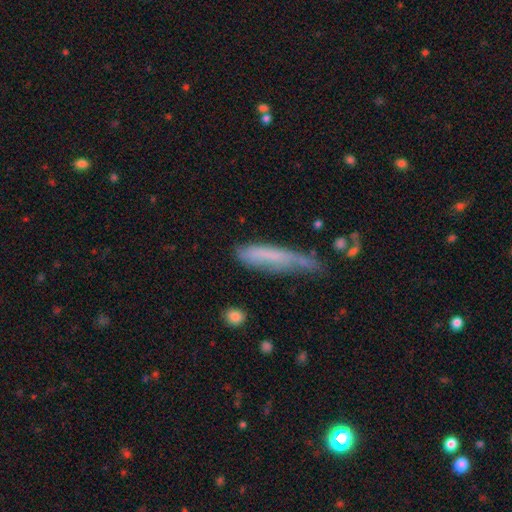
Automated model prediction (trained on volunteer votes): This is likely a smooth galaxy (67%). How rounded: likely cigar-shaped (80%). Merging: marginally minor disturbance (36%, tied with none).